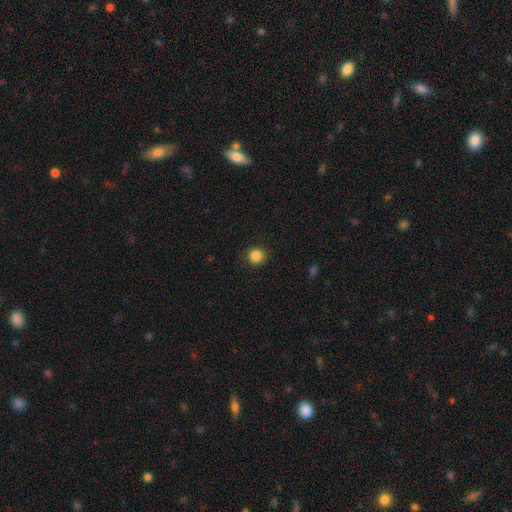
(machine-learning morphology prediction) smooth 86%, star or artifact 11%, featured or disk 3%. Down the decision tree: how rounded — round (91%); merging — none (90%).